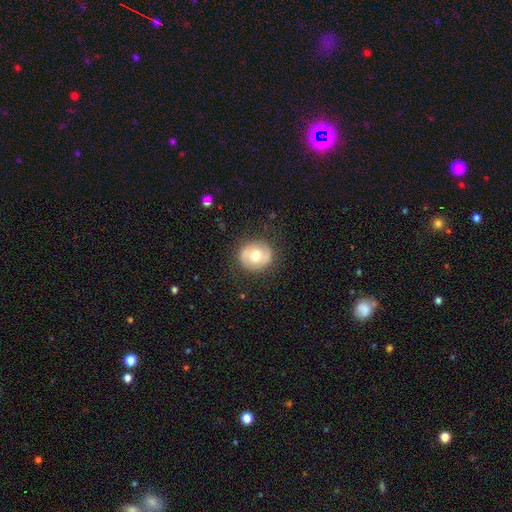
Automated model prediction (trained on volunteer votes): Q: Smooth or featured?
A: smooth (61%); runner-up: featured or disk (32%)
Q: How rounded?
A: round (85%); runner-up: in between (14%)
Q: Merging?
A: none (85%); runner-up: minor disturbance (10%)